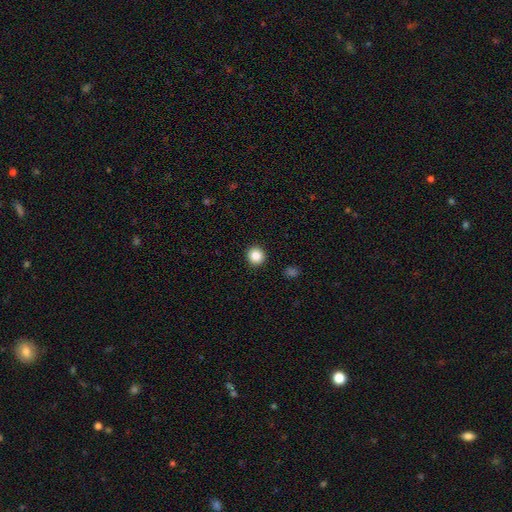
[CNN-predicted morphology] smooth-or-featured: smooth: 86% | star or artifact: 10% | featured or disk: 5%
  how-rounded: round: 94% | in between: 5% | cigar-shaped: 1%
  merging: none: 93% | minor disturbance: 4% | major disturbance: 2% | merger: 1%